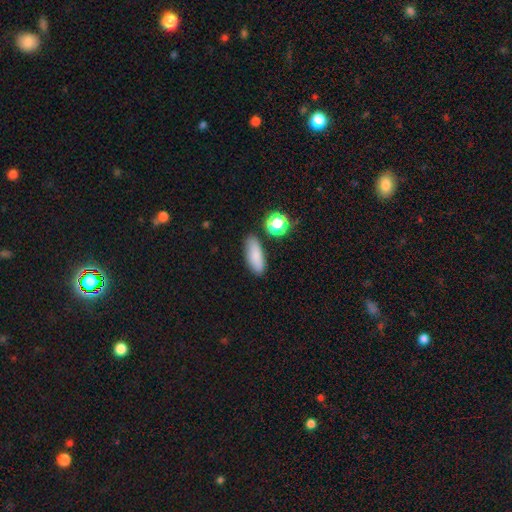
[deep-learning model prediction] Morphology: type=smooth (83%); roundness=in between (69%); merging=none (81%).